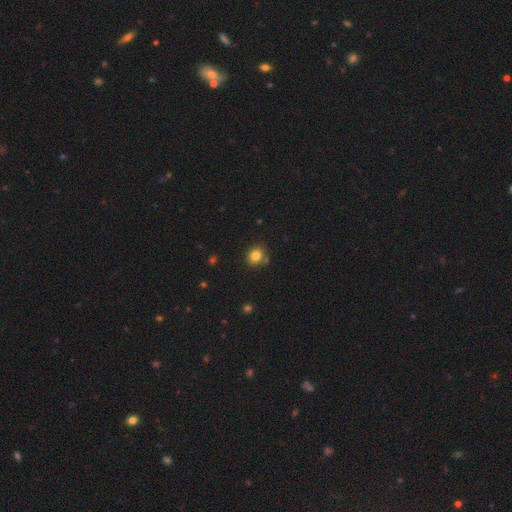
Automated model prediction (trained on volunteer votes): The model was most divided on "how rounded": round: 77%, in between: 22%, cigar-shaped: 1%. More confident: smooth or featured — smooth (82%); merging — none (79%).